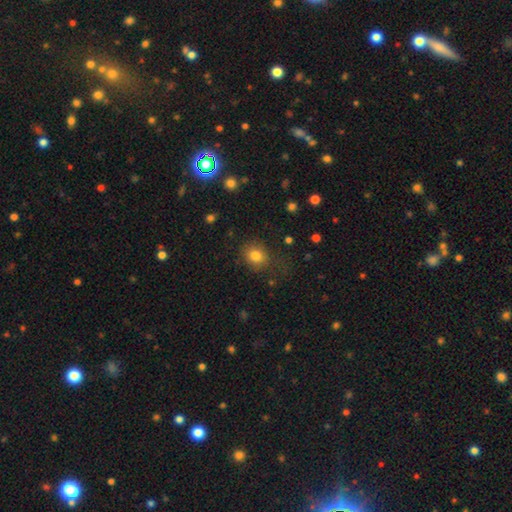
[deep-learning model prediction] Overall: smooth (81%). How rounded: round (71%). Merging: none (75%).